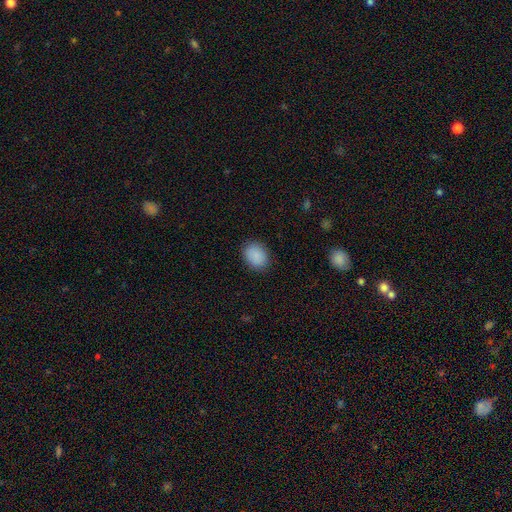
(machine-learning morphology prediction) Smooth or featured? smooth (89%)
How rounded? in between (58%)
Merging? none (86%)